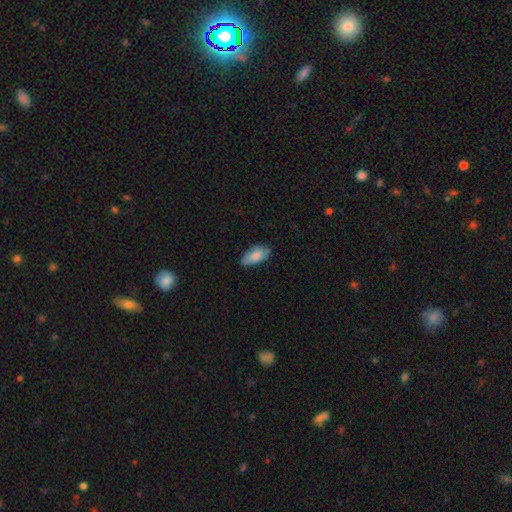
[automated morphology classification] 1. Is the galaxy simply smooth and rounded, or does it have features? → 82% smooth, 12% featured or disk, 6% star or artifact.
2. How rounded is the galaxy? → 92% in between, 5% cigar-shaped, 3% round.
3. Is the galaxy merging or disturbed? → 73% none, 23% minor disturbance, 3% major disturbance, 1% merger.